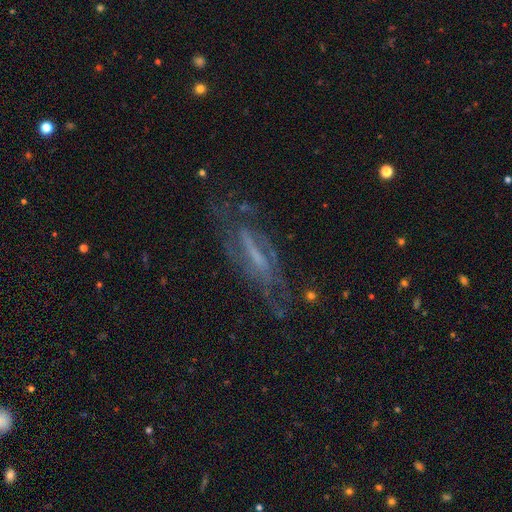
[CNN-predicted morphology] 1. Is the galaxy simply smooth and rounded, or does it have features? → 71% featured or disk, 17% smooth, 12% star or artifact.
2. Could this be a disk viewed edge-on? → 67% no, 33% yes.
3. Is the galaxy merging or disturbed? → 59% none, 21% minor disturbance, 18% major disturbance, 3% merger.